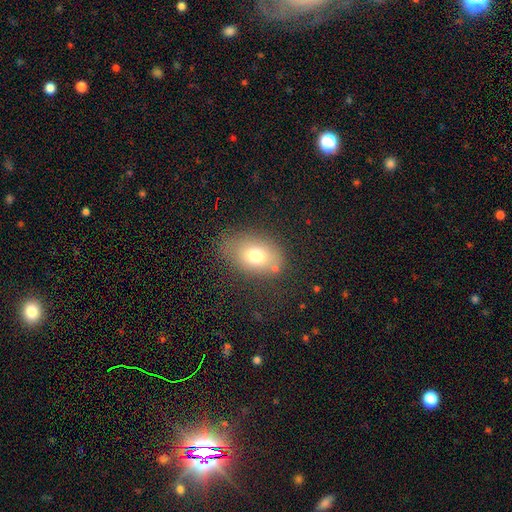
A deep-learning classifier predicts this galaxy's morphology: type=smooth (73%); roundness=in between (82%); merging=none (72%).